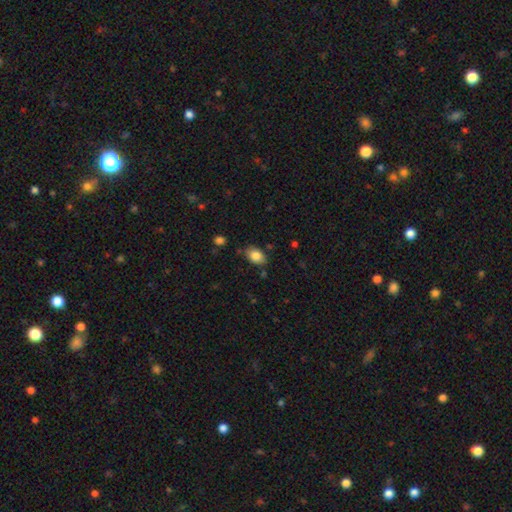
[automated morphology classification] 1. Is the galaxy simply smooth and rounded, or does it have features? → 84% smooth, 8% star or artifact, 7% featured or disk.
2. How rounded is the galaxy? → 81% in between, 18% round, 1% cigar-shaped.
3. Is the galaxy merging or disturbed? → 78% none, 16% minor disturbance, 3% major disturbance, 3% merger.